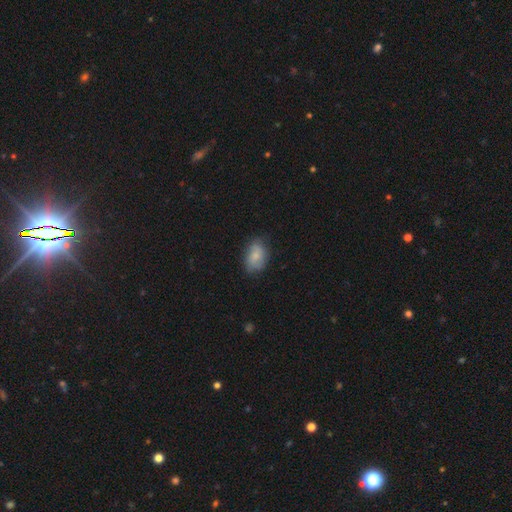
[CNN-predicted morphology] smooth-or-featured: smooth: 78% | featured or disk: 15% | star or artifact: 7%
  how-rounded: in between: 87% | round: 12% | cigar-shaped: 2%
  merging: none: 71% | minor disturbance: 23% | major disturbance: 5% | merger: 1%